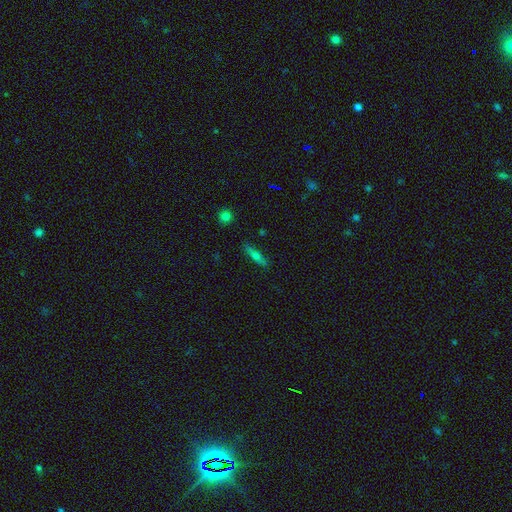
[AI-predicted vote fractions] The model was most divided on "smooth or featured" (2-way tie): featured or disk: 45%, smooth: 45%, star or artifact: 10%. More confident: merging — none (87%).